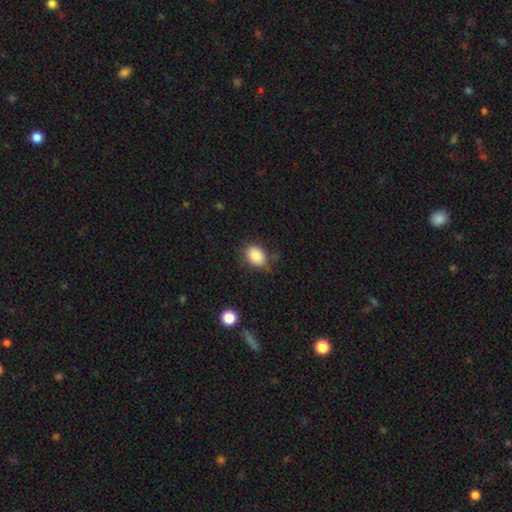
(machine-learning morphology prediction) Smooth or featured: smooth — 85% (star or artifact — 9%)
How rounded: in between — 70% (round — 29%)
Merging: none — 69% (minor disturbance — 22%)